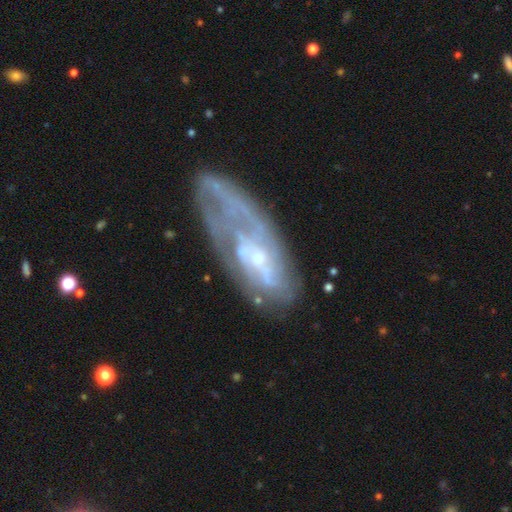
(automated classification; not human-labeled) This is likely a featured or disk galaxy (73%). It is clearly not viewed edge-on (90%). Bar: likely no (70%). Spiral arm pattern: likely yes (64%). Central bulge: likely small (70%). Merging: marginally none (42%).